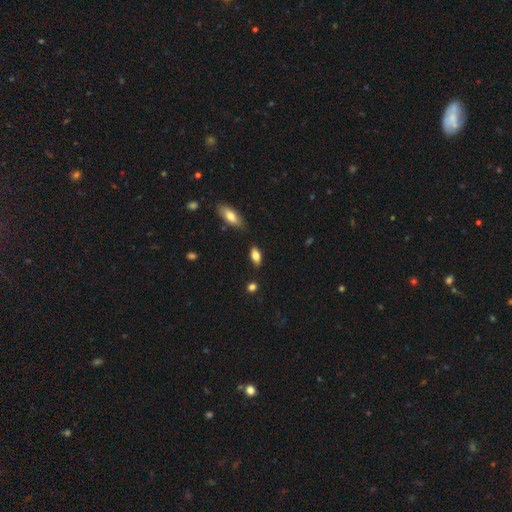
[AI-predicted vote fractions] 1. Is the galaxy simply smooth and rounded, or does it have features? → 76% smooth, 17% featured or disk, 7% star or artifact.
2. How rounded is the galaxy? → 84% in between, 12% cigar-shaped, 4% round.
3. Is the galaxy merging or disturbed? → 81% none, 13% minor disturbance, 3% merger, 3% major disturbance.